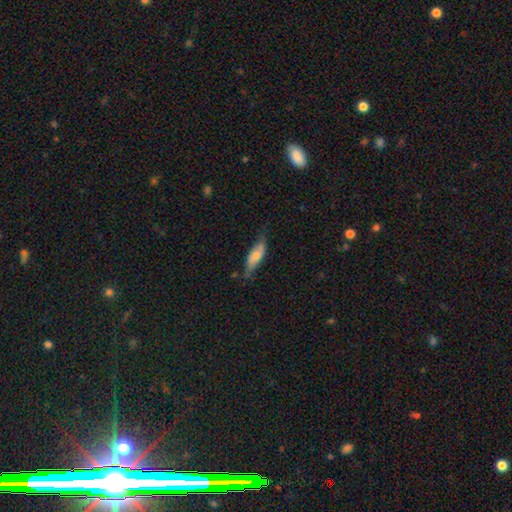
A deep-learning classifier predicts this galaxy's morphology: Q: Smooth or featured?
A: smooth (63%); runner-up: featured or disk (31%)
Q: How rounded?
A: in between (61%); runner-up: cigar-shaped (36%)
Q: Merging?
A: none (62%); runner-up: minor disturbance (30%)